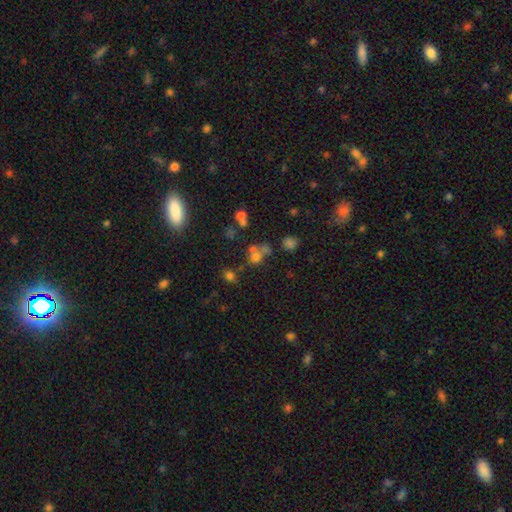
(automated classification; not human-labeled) Smooth or featured? smooth (59%)
How rounded? round (67%)
Merging? merger (41%)